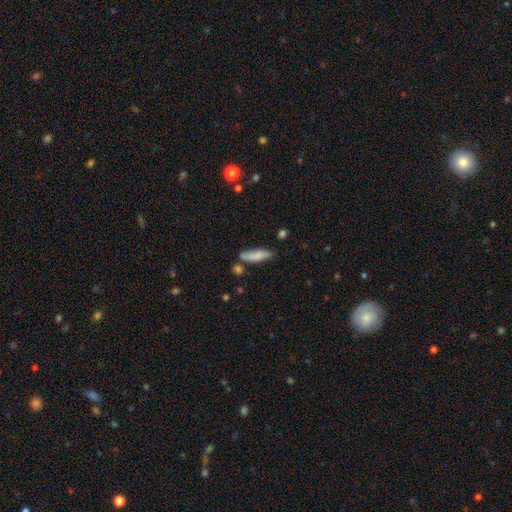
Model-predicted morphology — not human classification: This appears to be a smooth galaxy with no disk features (80%) that is cigar-shaped (55%). Merging: none (66%).